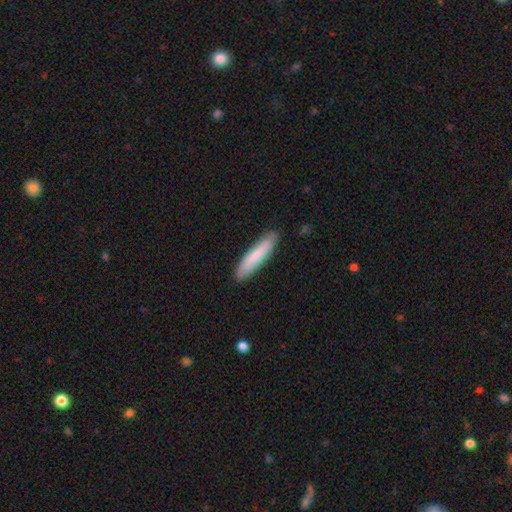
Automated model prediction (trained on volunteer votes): Smooth or featured: smooth — 77% (featured or disk — 17%)
How rounded: cigar-shaped — 84% (in between — 14%)
Merging: none — 87% (minor disturbance — 10%)